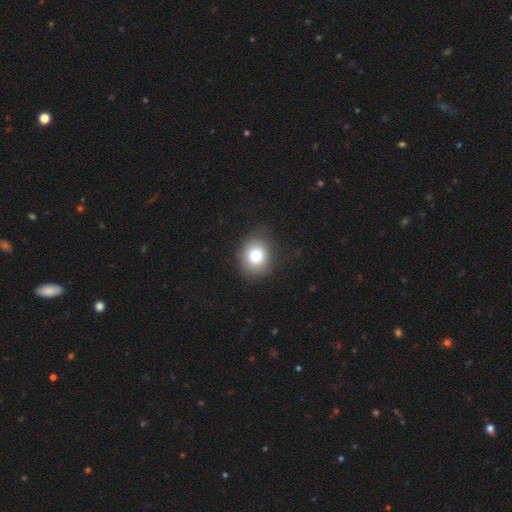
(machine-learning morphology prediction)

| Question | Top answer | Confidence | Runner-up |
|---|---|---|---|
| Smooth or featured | smooth | 77% | star or artifact (12%) |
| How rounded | round | 72% | in between (27%) |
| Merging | none | 85% | minor disturbance (10%) |